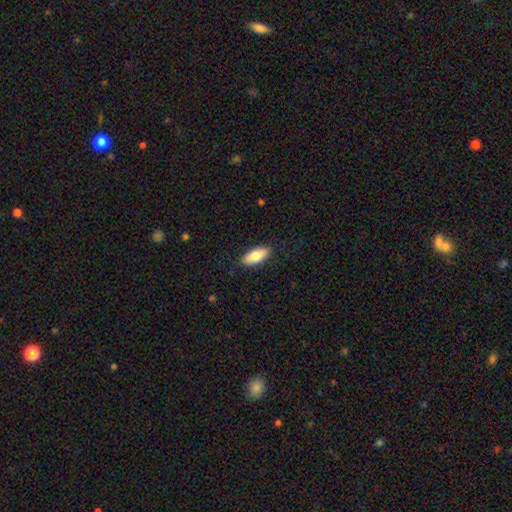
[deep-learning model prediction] Morphology: type=smooth (82%); roundness=in between (83%); merging=none (87%).